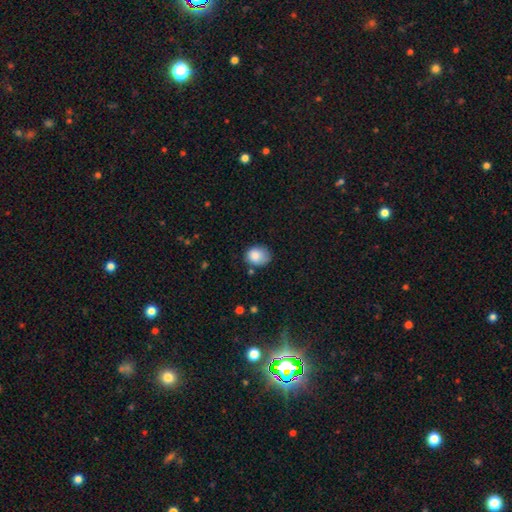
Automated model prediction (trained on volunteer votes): Smooth or featured?
  - smooth: 85% *
  - star or artifact: 9%
  - featured or disk: 6%
How rounded?
  - round: 52% *
  - in between: 48%
  - cigar-shaped: 1%
Merging?
  - none: 62% *
  - minor disturbance: 28%
  - major disturbance: 6%
  - merger: 4%